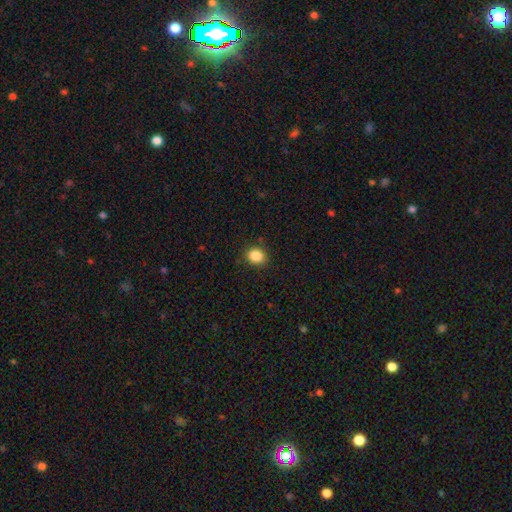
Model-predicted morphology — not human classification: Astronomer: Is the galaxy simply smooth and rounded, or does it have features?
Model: smooth — 86%.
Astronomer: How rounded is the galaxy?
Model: round — 65%.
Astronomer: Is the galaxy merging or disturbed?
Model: none — 88%.